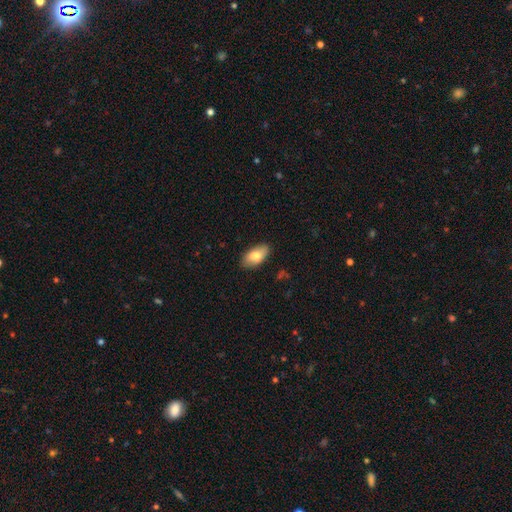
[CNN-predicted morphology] This appears to be a smooth galaxy with no disk features (79%) that is in between round and cigar-shaped (93%). Merging: none (86%).